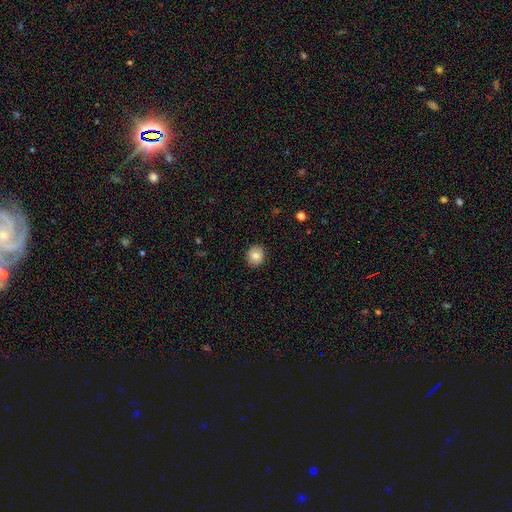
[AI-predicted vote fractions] The model was most divided on "how rounded": round: 79%, in between: 20%, cigar-shaped: 1%. More confident: merging — none (90%); smooth or featured — smooth (84%).